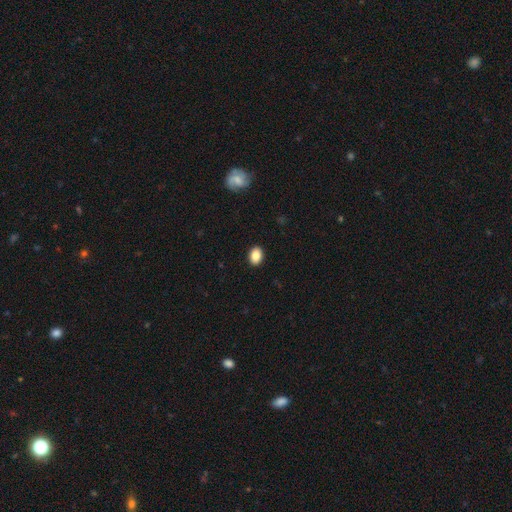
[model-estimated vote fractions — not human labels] A smooth galaxy with no disk features (87%) that is in between round and cigar-shaped (72%).

Vote fractions:
- Smooth or featured? smooth: 87% / star or artifact: 8% / featured or disk: 5%
- How rounded? in between: 72% / round: 27% / cigar-shaped: 1%
- Merging? none: 91% / minor disturbance: 7% / major disturbance: 2% / merger: 1%